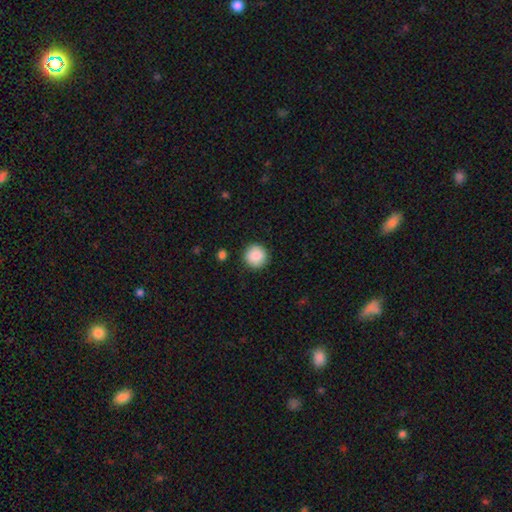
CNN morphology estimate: Smooth or featured: smooth — 88% (star or artifact — 8%)
How rounded: round — 95% (in between — 4%)
Merging: none — 90% (minor disturbance — 6%)